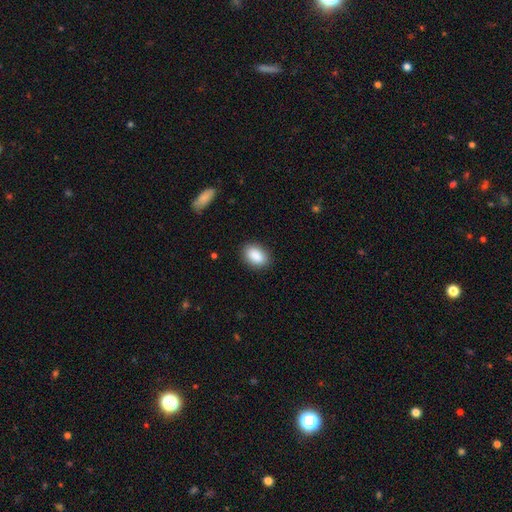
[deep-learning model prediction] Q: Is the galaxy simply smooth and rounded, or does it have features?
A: smooth — 89%.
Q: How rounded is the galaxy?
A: in between — 87%.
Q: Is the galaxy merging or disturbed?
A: none — 86%.